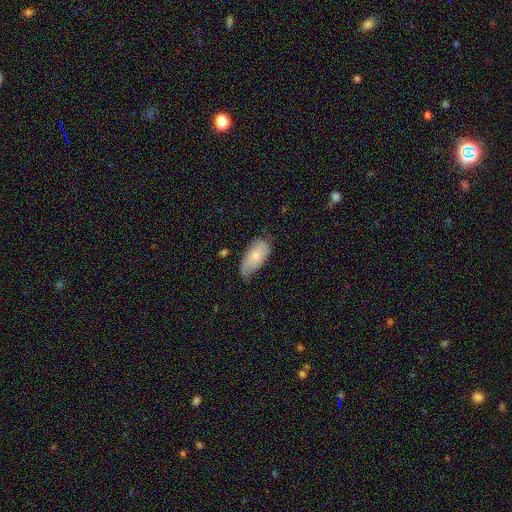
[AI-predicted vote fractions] smooth_or_featured: smooth (p=0.72) [alt: featured or disk p=0.22]
how_rounded: in between (p=0.93) [alt: cigar-shaped p=0.05]
merging: none (p=0.45) [alt: minor disturbance p=0.42]